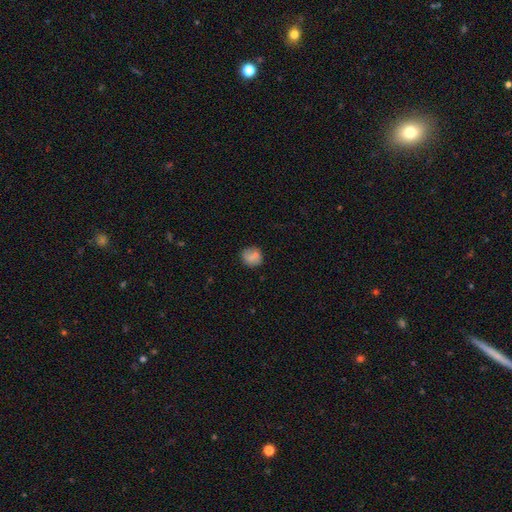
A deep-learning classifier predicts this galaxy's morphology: Smooth or featured: smooth — 71% (featured or disk — 17%)
How rounded: round — 80% (in between — 19%)
Merging: none — 76% (minor disturbance — 16%)